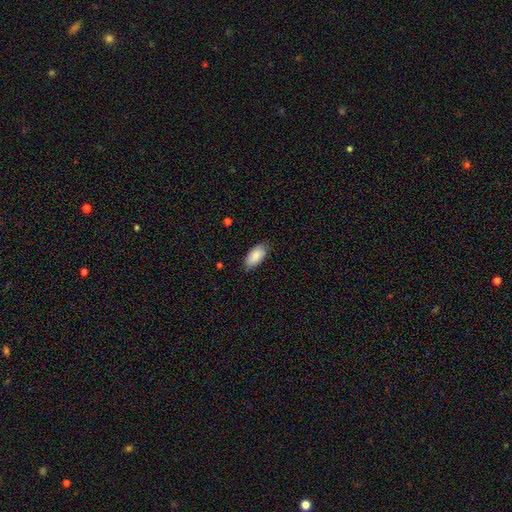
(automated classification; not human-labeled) The model was most divided on "merging": none: 80%, minor disturbance: 17%, major disturbance: 3%, merger: 1%. More confident: how rounded — in between (93%); smooth or featured — smooth (84%).